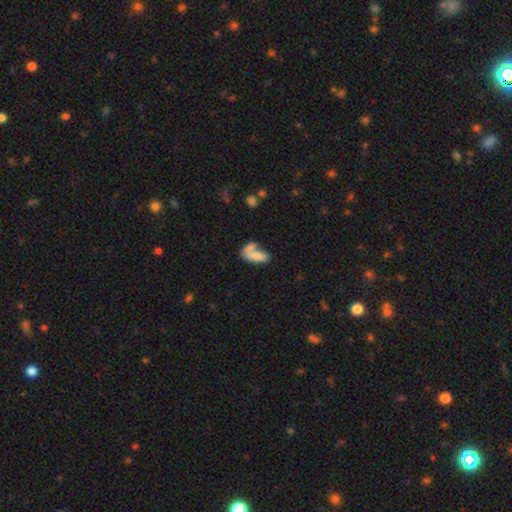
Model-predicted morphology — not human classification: This appears to be a smooth galaxy with no disk features (75%) that is in between round and cigar-shaped (81%). Merging: merger (50%).